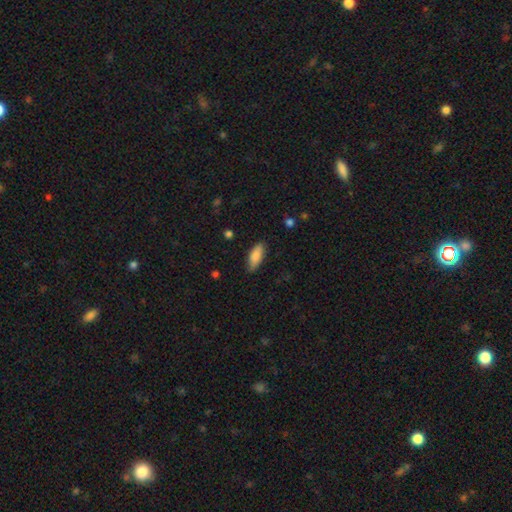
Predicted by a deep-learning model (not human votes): Smooth or featured? Predicted: smooth (p=0.85). How rounded? Predicted: in between (p=0.76). Merging? Predicted: none (p=0.81).